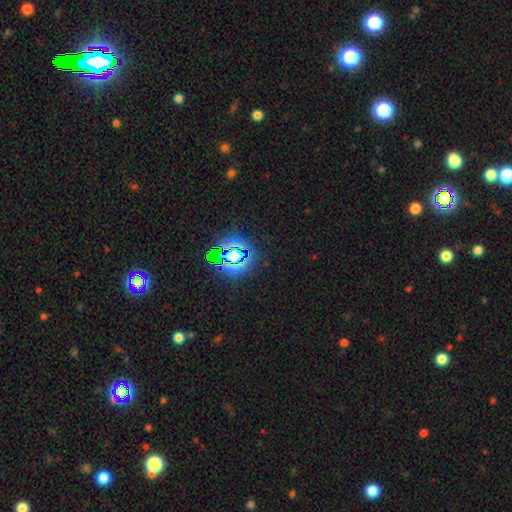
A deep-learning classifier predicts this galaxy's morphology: Smooth or featured?
  - star or artifact: 58% *
  - smooth: 34%
  - featured or disk: 9%